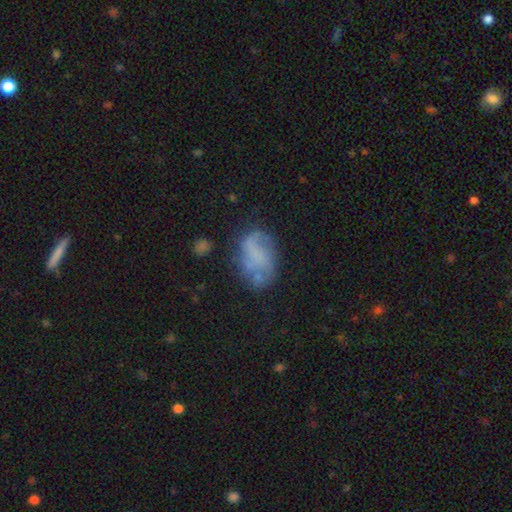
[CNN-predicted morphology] A featured or disk galaxy (48%). Merging: none (47%).